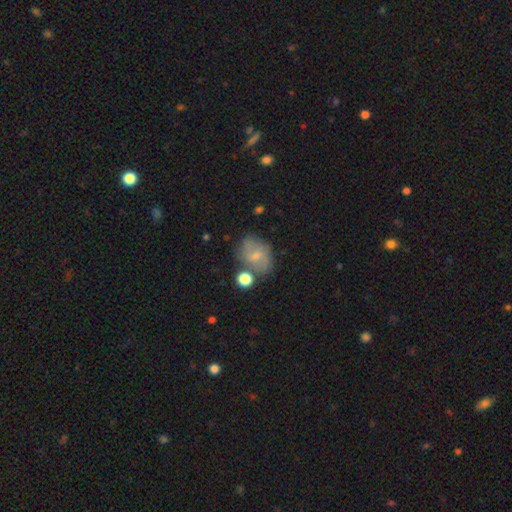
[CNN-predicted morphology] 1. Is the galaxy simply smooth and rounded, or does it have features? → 53% smooth, 37% featured or disk, 10% star or artifact.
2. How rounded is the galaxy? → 63% in between, 36% round, 1% cigar-shaped.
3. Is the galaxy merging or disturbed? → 60% none, 21% minor disturbance, 12% merger, 7% major disturbance.